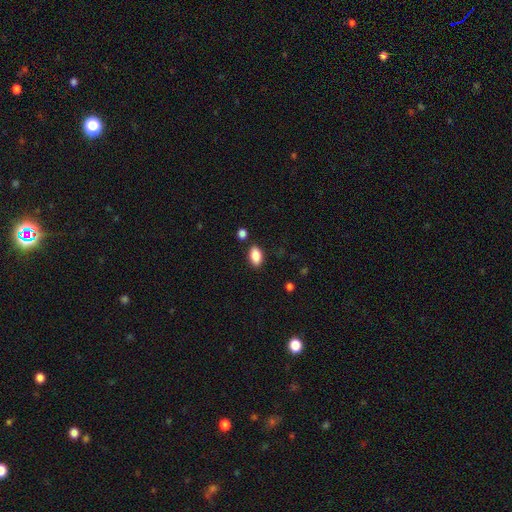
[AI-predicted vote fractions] Smooth or featured? smooth (88%)
How rounded? in between (92%)
Merging? none (84%)